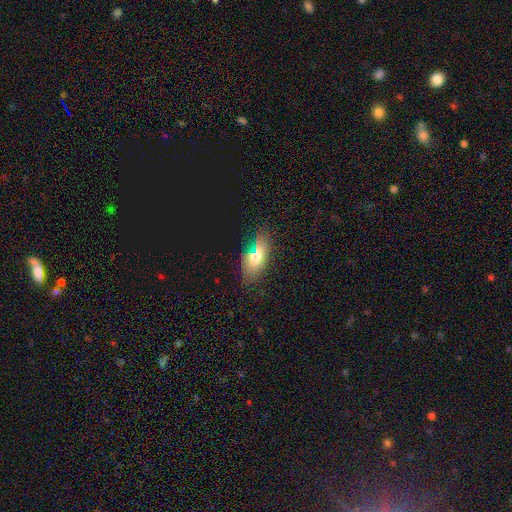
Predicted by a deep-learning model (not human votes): Smooth or featured: smooth — 68% (star or artifact — 16%)
How rounded: in between — 82% (cigar-shaped — 10%)
Merging: none — 77% (minor disturbance — 15%)